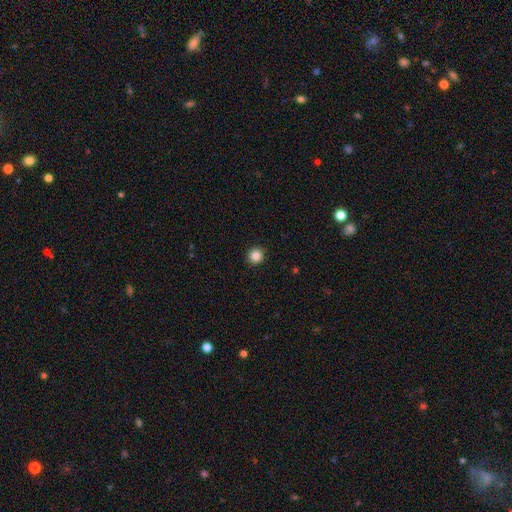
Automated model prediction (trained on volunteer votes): A smooth galaxy with no disk features (86%) that is round (93%).

Vote fractions:
- Smooth or featured? smooth: 86% / star or artifact: 10% / featured or disk: 4%
- How rounded? round: 93% / in between: 6% / cigar-shaped: 1%
- Merging? none: 92% / minor disturbance: 5% / major disturbance: 2% / merger: 1%